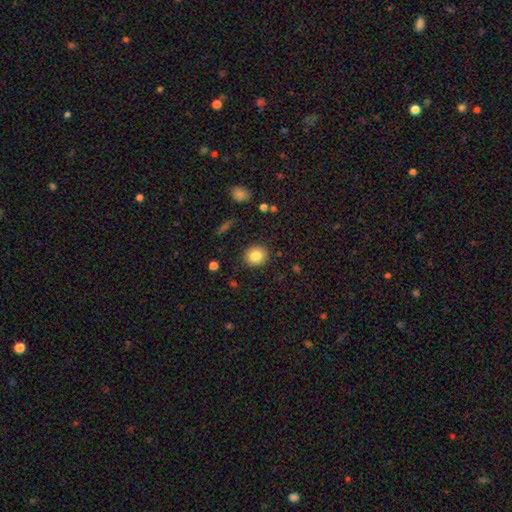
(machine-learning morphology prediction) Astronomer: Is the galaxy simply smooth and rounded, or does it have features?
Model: smooth — 83%.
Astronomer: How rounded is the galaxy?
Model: round — 71%.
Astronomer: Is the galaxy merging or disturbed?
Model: none — 88%.